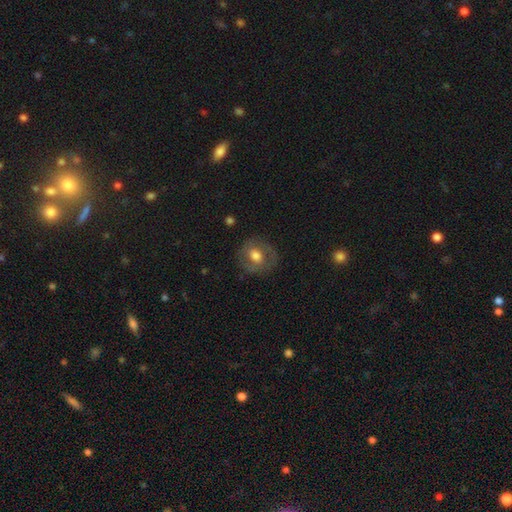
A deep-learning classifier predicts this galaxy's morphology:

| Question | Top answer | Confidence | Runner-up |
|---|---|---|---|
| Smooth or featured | smooth | 54% | featured or disk (39%) |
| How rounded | round | 71% | in between (28%) |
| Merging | none | 78% | minor disturbance (14%) |